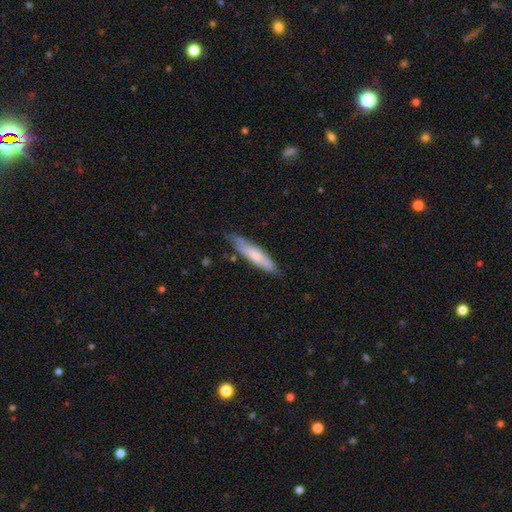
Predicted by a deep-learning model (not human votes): Q: Smooth or featured?
A: smooth (61%); runner-up: featured or disk (33%)
Q: How rounded?
A: cigar-shaped (81%); runner-up: in between (17%)
Q: Merging?
A: none (73%); runner-up: minor disturbance (21%)